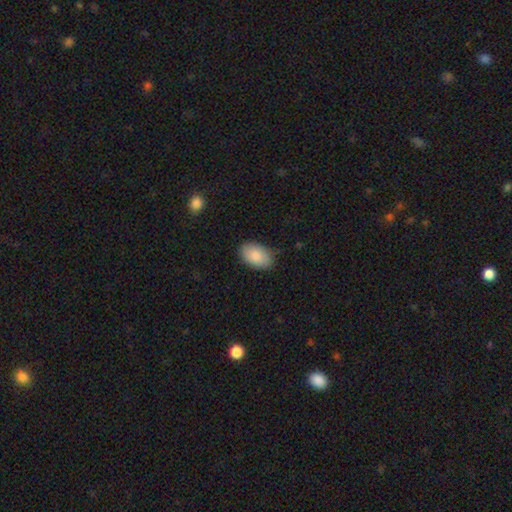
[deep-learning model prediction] Q: Smooth or featured?
A: smooth (88%); runner-up: featured or disk (6%)
Q: How rounded?
A: in between (93%); runner-up: round (6%)
Q: Merging?
A: none (83%); runner-up: minor disturbance (14%)